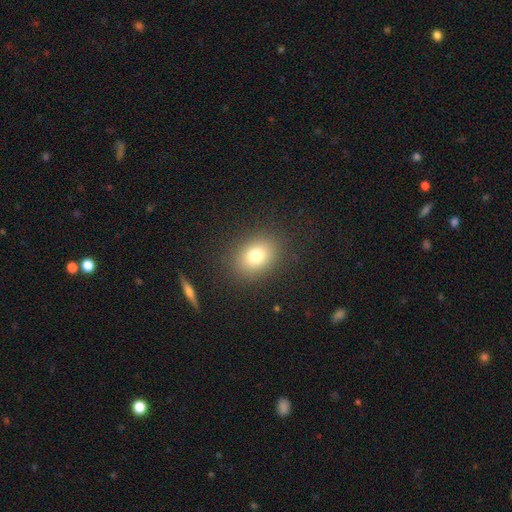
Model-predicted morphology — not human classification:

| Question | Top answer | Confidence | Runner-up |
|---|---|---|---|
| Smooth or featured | smooth | 77% | star or artifact (13%) |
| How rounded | in between | 53% | round (46%) |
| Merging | none | 87% | minor disturbance (8%) |